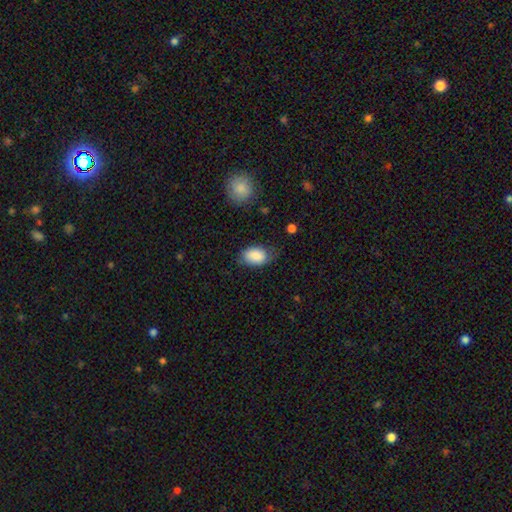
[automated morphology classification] A smooth galaxy with no disk features (87%) that is in between round and cigar-shaped (89%).

Vote fractions:
- Smooth or featured? smooth: 87% / star or artifact: 7% / featured or disk: 6%
- How rounded? in between: 89% / round: 10% / cigar-shaped: 1%
- Merging? none: 61% / minor disturbance: 29% / major disturbance: 8% / merger: 2%